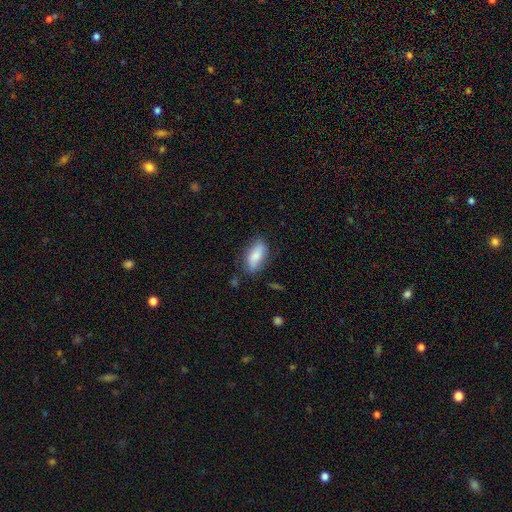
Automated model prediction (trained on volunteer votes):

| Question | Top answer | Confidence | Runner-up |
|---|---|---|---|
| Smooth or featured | smooth | 78% | featured or disk (15%) |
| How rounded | in between | 83% | cigar-shaped (14%) |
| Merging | none | 74% | minor disturbance (19%) |